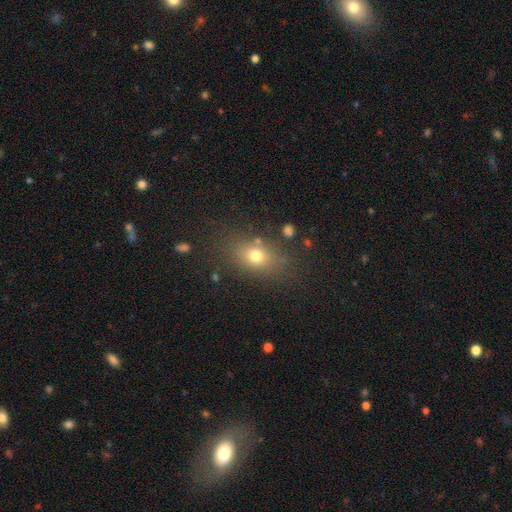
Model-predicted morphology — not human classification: smooth_or_featured: smooth (p=0.73) [alt: star or artifact p=0.14]
how_rounded: in between (p=0.68) [alt: round p=0.29]
merging: none (p=0.77) [alt: minor disturbance p=0.13]